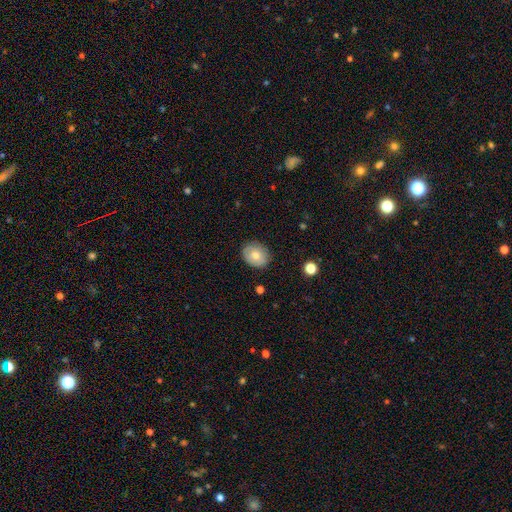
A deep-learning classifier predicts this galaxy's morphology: type=smooth (69%); roundness=round (58%); merging=none (83%).